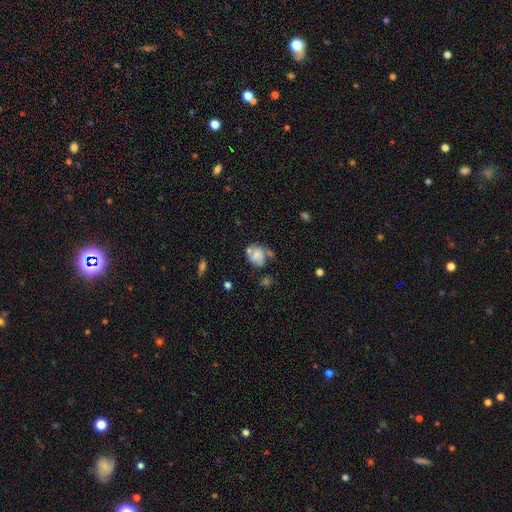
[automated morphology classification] A smooth galaxy with no disk features (63%) that is in between round and cigar-shaped (52%). Merging: none (40%).